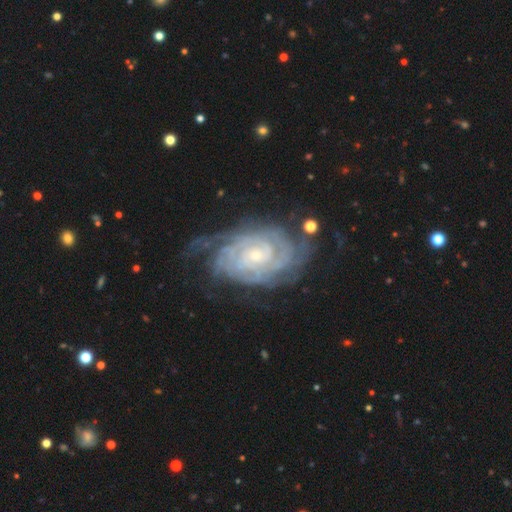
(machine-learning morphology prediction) Smooth or featured? featured or disk (90%)
Edge-on disk? no (97%)
Bar? no (63%)
Spiral arms? yes (98%)
Spiral winding? tight (81%)
Spiral arm count? can't tell (29%)
Bulge size? small (68%)
Merging? none (65%)